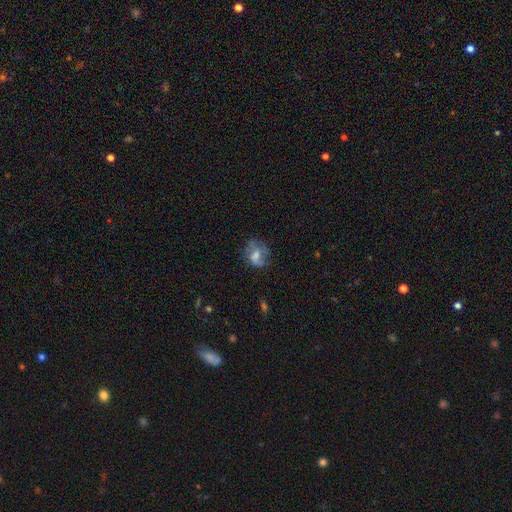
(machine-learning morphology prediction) featured or disk 44%, smooth 42%, star or artifact 14%. Down the decision tree: merging — none (56%).